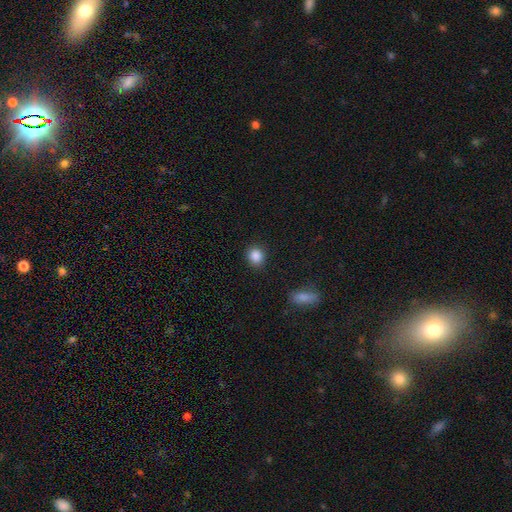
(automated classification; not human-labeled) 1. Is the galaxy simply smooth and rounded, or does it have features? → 88% smooth, 9% star or artifact, 3% featured or disk.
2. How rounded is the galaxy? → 72% round, 27% in between, 1% cigar-shaped.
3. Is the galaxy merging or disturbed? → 88% none, 8% minor disturbance, 2% major disturbance, 1% merger.